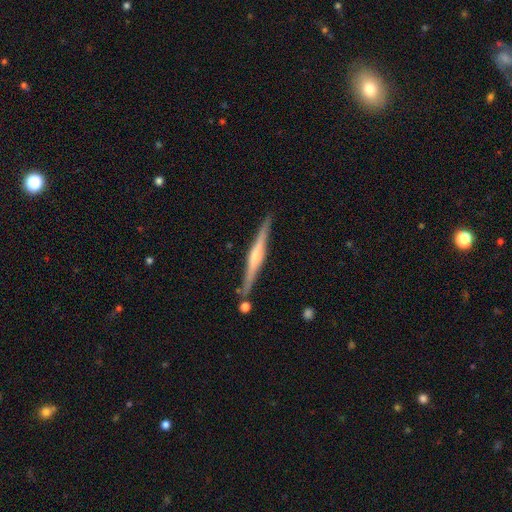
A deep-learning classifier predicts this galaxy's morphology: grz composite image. It shows a featured or disk galaxy (75%) viewed edge-on (98%) with a rounded central bulge (76%). Merging: none (86%).